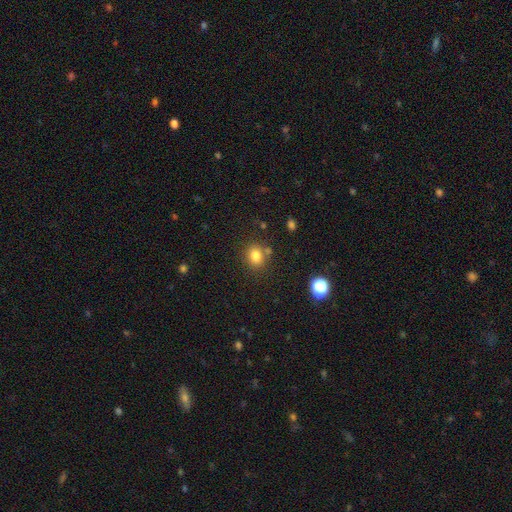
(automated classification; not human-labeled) A smooth galaxy with no disk features (80%) that is round (57%).

Vote fractions:
- Smooth or featured? smooth: 80% / star or artifact: 13% / featured or disk: 7%
- How rounded? round: 57% / in between: 42% / cigar-shaped: 1%
- Merging? none: 77% / minor disturbance: 11% / merger: 9% / major disturbance: 4%